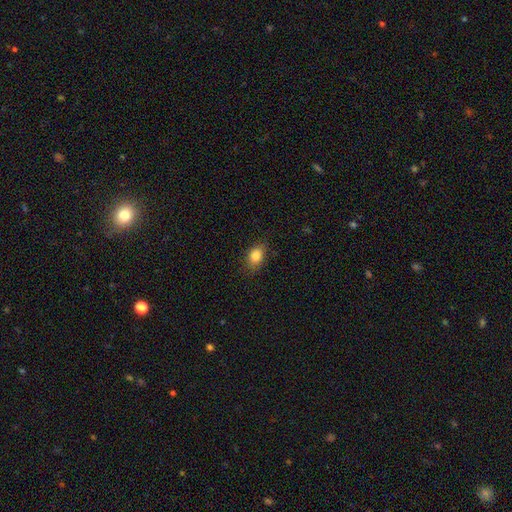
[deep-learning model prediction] This is clearly a smooth galaxy (85%). How rounded: likely in between (76%). Merging: clearly none (80%).